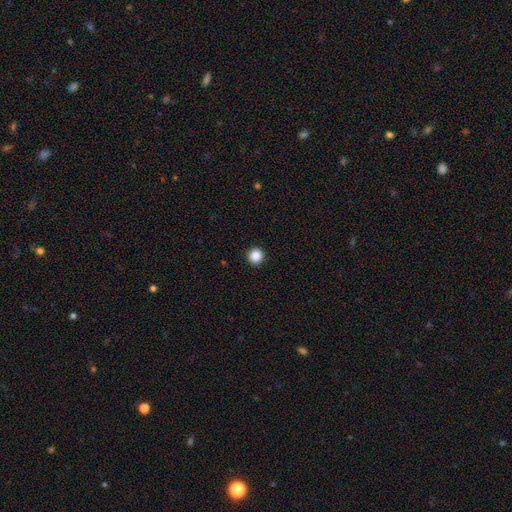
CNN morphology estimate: Smooth or featured? smooth (87%)
How rounded? round (95%)
Merging? none (93%)